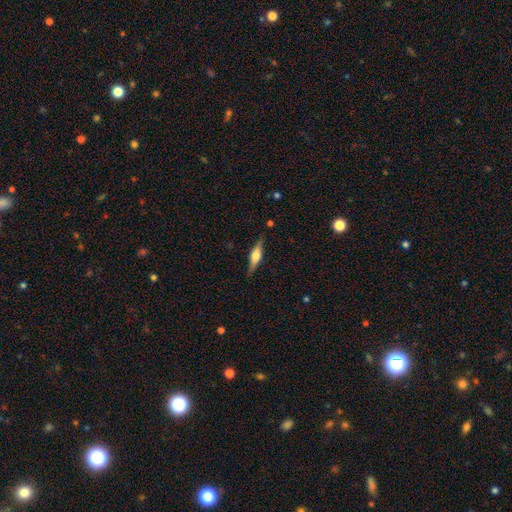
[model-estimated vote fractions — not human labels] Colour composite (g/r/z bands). It shows a featured or disk galaxy (64%) viewed edge-on (95%) with a rounded central bulge (85%). Merging: none (82%).